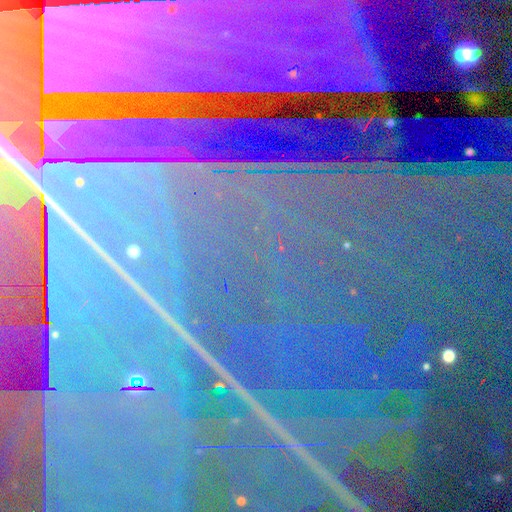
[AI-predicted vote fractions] Morphology: type=star or artifact (89%).